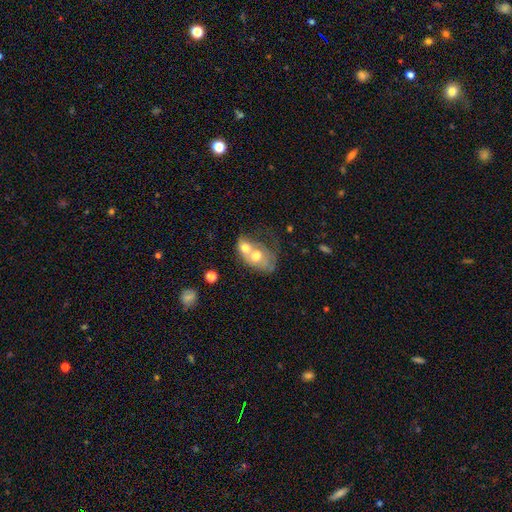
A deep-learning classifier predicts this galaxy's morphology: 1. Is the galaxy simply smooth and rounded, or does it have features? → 52% smooth, 40% featured or disk, 8% star or artifact.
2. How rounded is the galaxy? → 68% in between, 30% round, 2% cigar-shaped.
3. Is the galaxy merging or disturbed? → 73% merger, 11% none, 9% major disturbance, 7% minor disturbance.